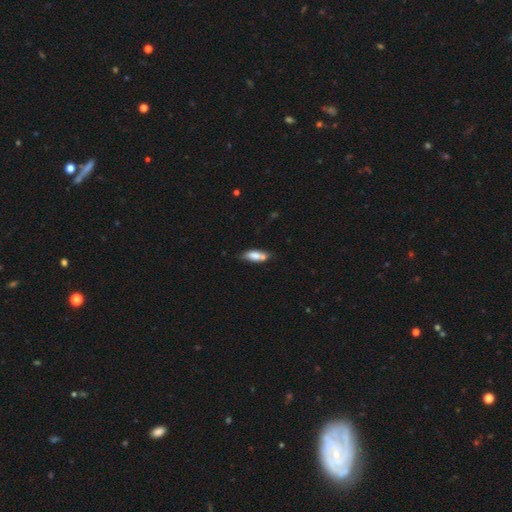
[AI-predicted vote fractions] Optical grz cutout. It shows a smooth galaxy with no disk features (73%) that is in between round and cigar-shaped (66%). Merging: none (54%).